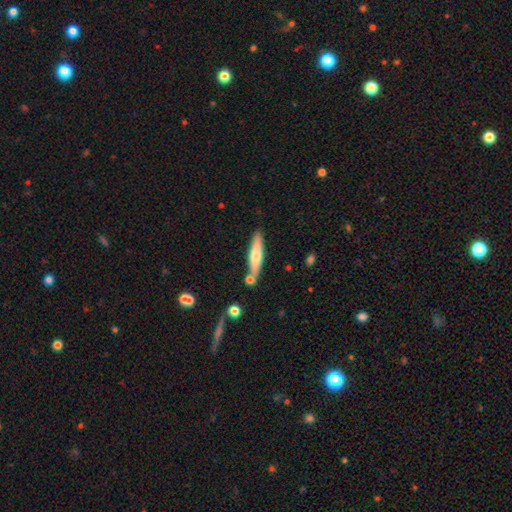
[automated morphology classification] smooth 58%, featured or disk 37%, star or artifact 5%. Down the decision tree: how rounded — cigar-shaped (86%); merging — none (76%).